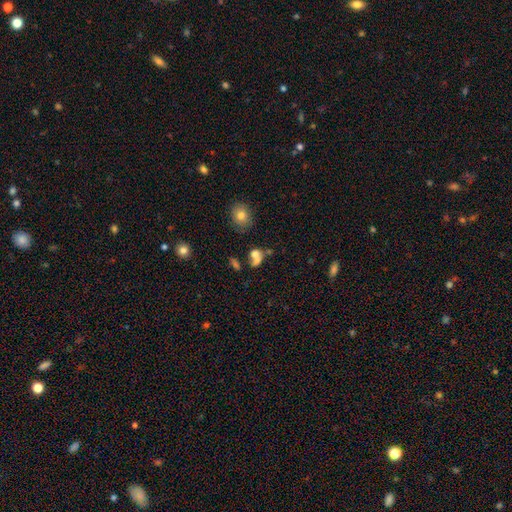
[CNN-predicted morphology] smooth 65%, featured or disk 21%, star or artifact 13%. Down the decision tree: how rounded — in between (54%); merging — merger (58%).